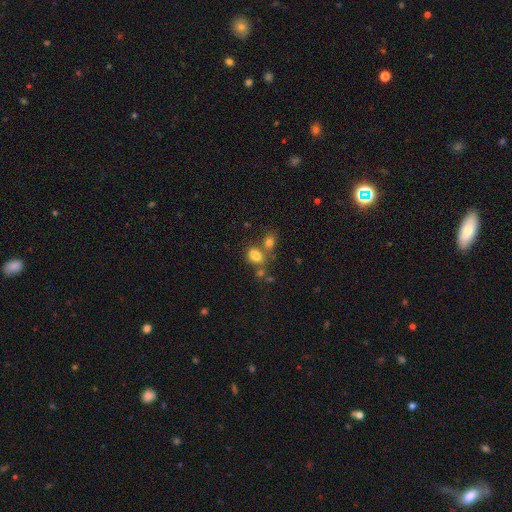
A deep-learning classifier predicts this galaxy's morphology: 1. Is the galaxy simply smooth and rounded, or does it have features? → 75% smooth, 14% star or artifact, 11% featured or disk.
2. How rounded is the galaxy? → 74% in between, 24% round, 2% cigar-shaped.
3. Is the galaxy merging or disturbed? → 43% none, 38% merger, 13% minor disturbance, 6% major disturbance.